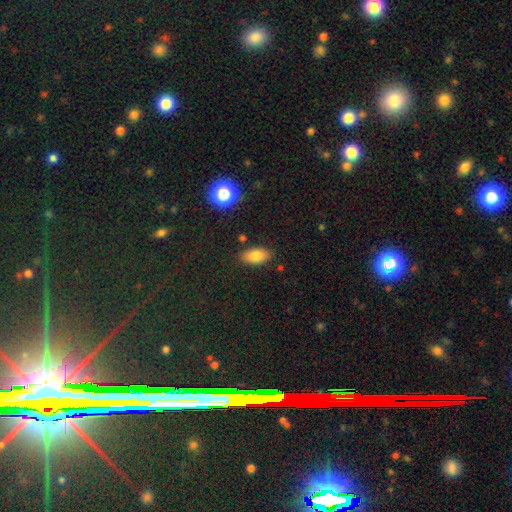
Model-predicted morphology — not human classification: smooth_or_featured: smooth (p=0.81) [alt: star or artifact p=0.10]
how_rounded: in between (p=0.90) [alt: cigar-shaped p=0.06]
merging: none (p=0.84) [alt: minor disturbance p=0.11]